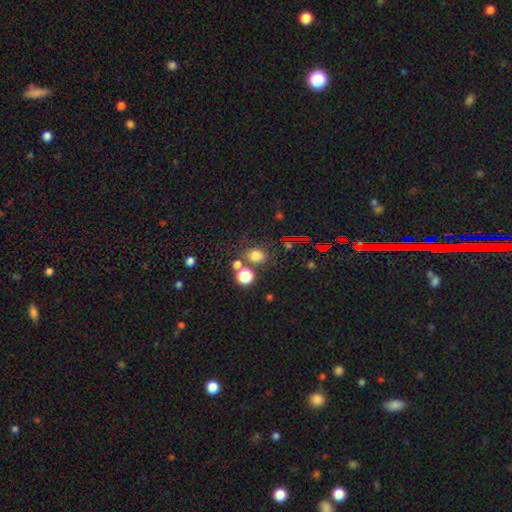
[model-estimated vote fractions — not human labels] smooth-or-featured: smooth: 70% | star or artifact: 22% | featured or disk: 7%
  how-rounded: round: 57% | in between: 41% | cigar-shaped: 1%
  merging: none: 69% | merger: 16% | minor disturbance: 10% | major disturbance: 5%